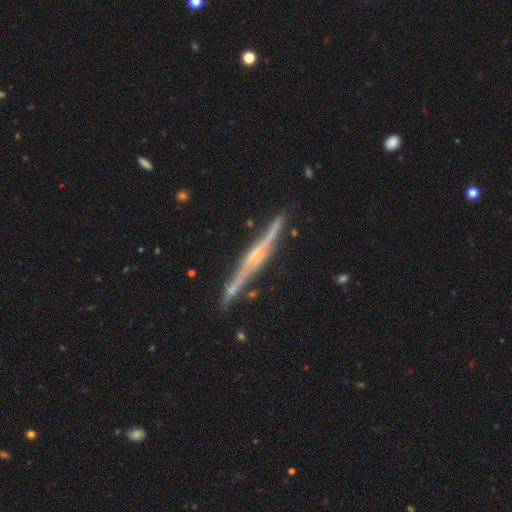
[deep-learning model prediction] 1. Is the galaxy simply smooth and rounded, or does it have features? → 87% featured or disk, 8% smooth, 5% star or artifact.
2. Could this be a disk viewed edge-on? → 98% yes, 2% no.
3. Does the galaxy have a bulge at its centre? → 77% rounded, 14% none, 9% boxy.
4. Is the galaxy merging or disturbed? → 85% none, 10% minor disturbance, 3% merger, 2% major disturbance.